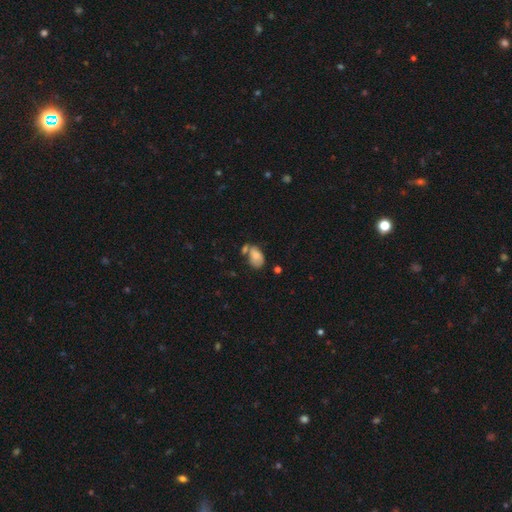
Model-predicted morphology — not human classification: type=smooth (75%); roundness=in between (88%); merging=none (38%).